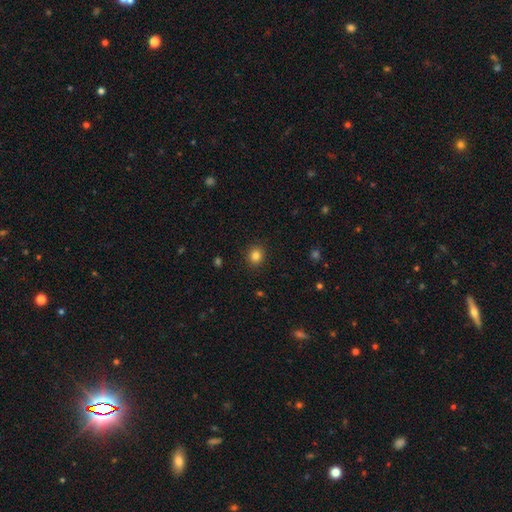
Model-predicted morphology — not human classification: This appears to be a smooth galaxy with no disk features (83%) that is round (81%). Merging: none (90%).